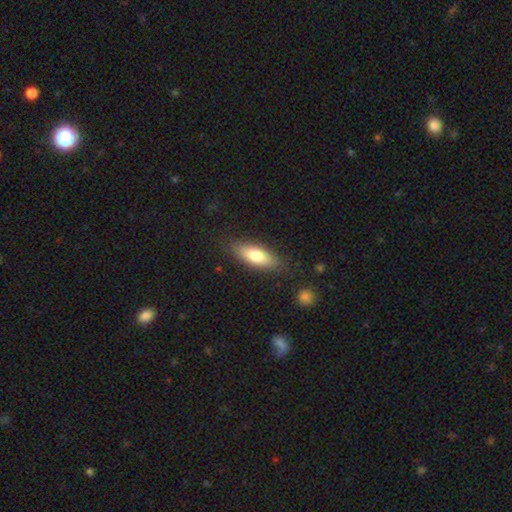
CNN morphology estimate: Overall: smooth (74%). How rounded: in between (66%; cigar-shaped 31%). Merging: none (82%).